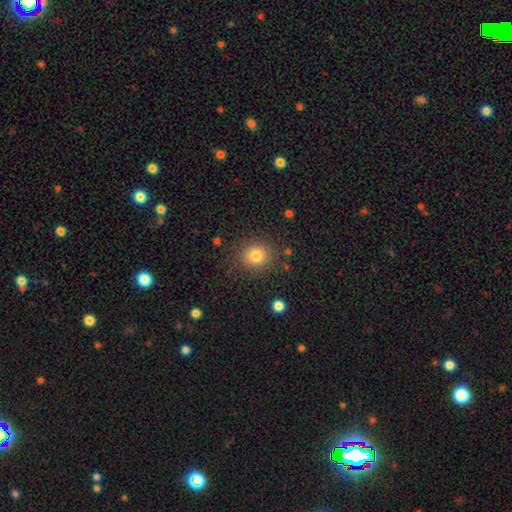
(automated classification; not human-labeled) A smooth galaxy with no disk features (80%) that is round (85%).

Vote fractions:
- Smooth or featured? smooth: 80% / star or artifact: 12% / featured or disk: 7%
- How rounded? round: 85% / in between: 14% / cigar-shaped: 1%
- Merging? none: 87% / minor disturbance: 8% / major disturbance: 3% / merger: 2%